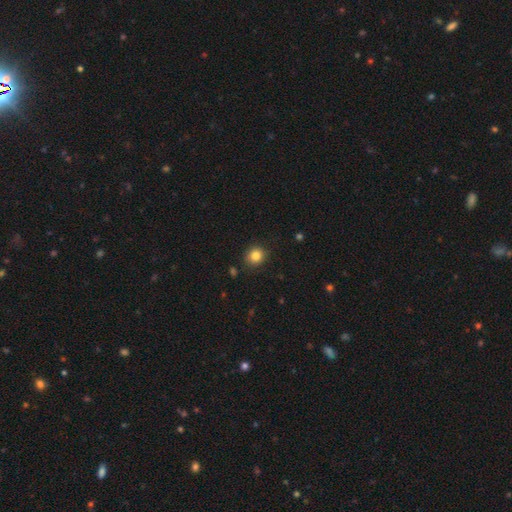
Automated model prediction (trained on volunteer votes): This appears to be a smooth galaxy with no disk features (83%) that is round (84%). Merging: none (88%).